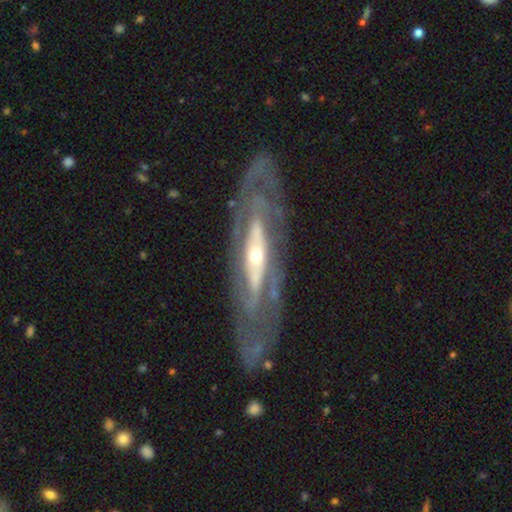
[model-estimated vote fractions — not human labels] This is clearly a featured or disk galaxy (84%). It is likely not viewed edge-on (77%). Bar: possibly no (57%). Spiral arm pattern: likely yes (72%). Central bulge: possibly small (54%). Merging: likely none (79%).